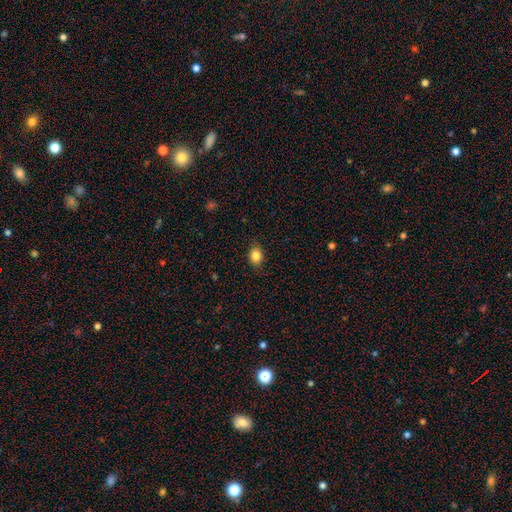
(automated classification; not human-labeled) This appears to be a smooth galaxy with no disk features (86%) that is in between round and cigar-shaped (62%). Merging: none (88%).